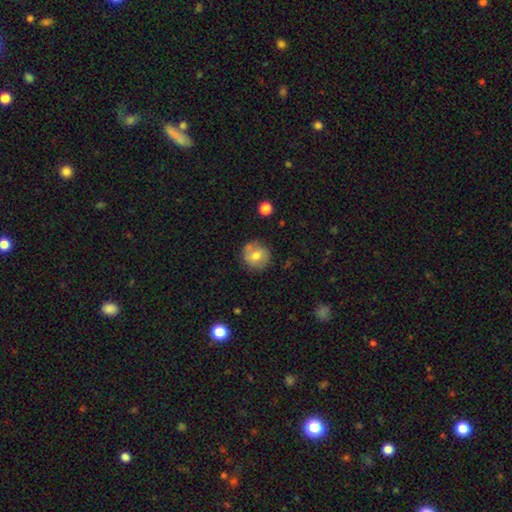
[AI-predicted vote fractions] smooth-or-featured: smooth: 71% | featured or disk: 19% | star or artifact: 9%
  how-rounded: round: 91% | in between: 8% | cigar-shaped: 1%
  merging: none: 73% | minor disturbance: 16% | merger: 7% | major disturbance: 4%